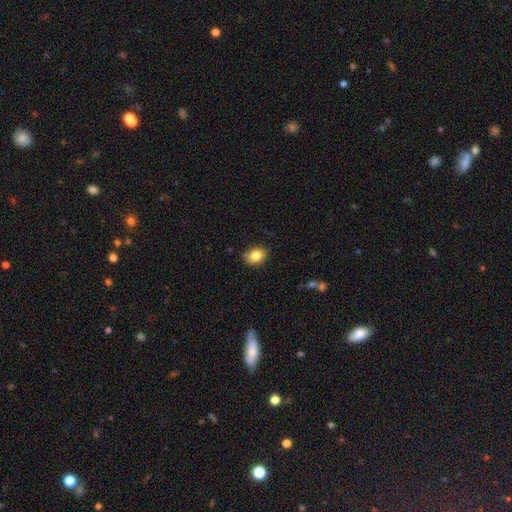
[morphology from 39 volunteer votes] type=smooth (85%); roundness=in between (64%); merging=none (87%).